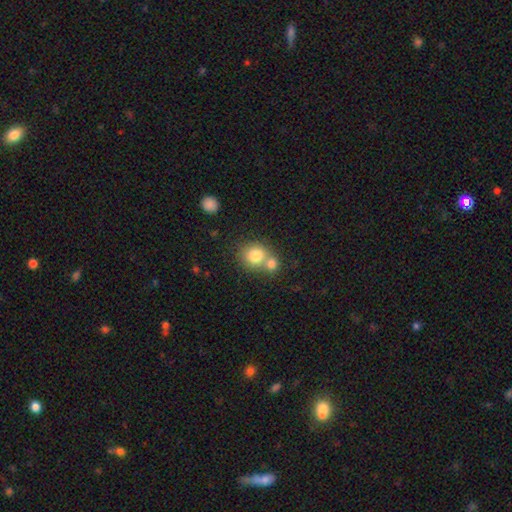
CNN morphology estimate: This is likely a smooth galaxy (79%). How rounded: clearly round (81%). Merging: possibly merger (46%).